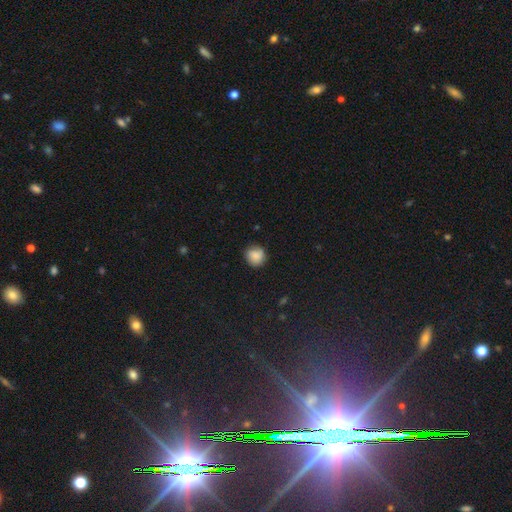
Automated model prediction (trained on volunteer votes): Q: Smooth or featured?
A: smooth (85%); runner-up: star or artifact (9%)
Q: How rounded?
A: round (90%); runner-up: in between (9%)
Q: Merging?
A: none (83%); runner-up: minor disturbance (13%)